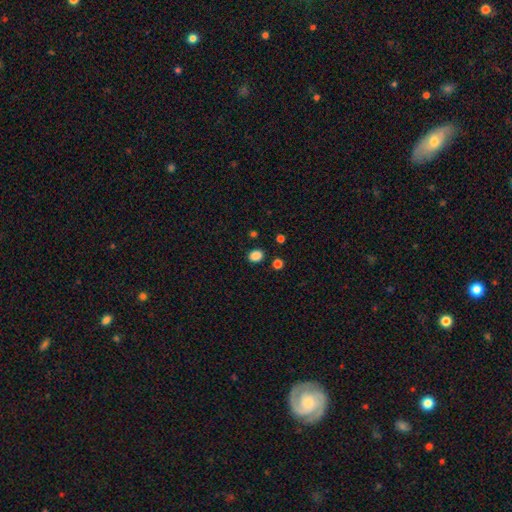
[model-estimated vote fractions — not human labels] This appears to be a smooth galaxy with no disk features (86%) that is in between round and cigar-shaped (56%). Merging: none (86%).